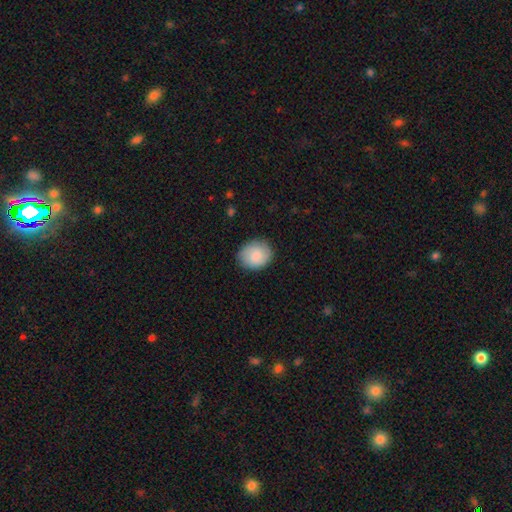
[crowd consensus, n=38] Smooth or featured? smooth (79%)
How rounded? round (83%)
Merging? none (76%)